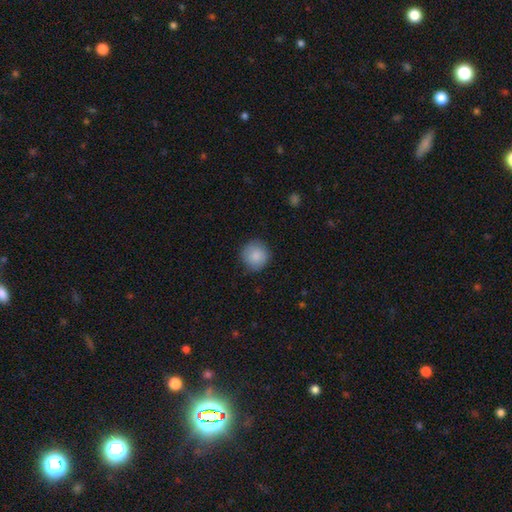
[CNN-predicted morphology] smooth-or-featured: smooth: 87% | star or artifact: 7% | featured or disk: 5%
  how-rounded: round: 94% | in between: 5% | cigar-shaped: 1%
  merging: none: 87% | minor disturbance: 9% | major disturbance: 2% | merger: 1%